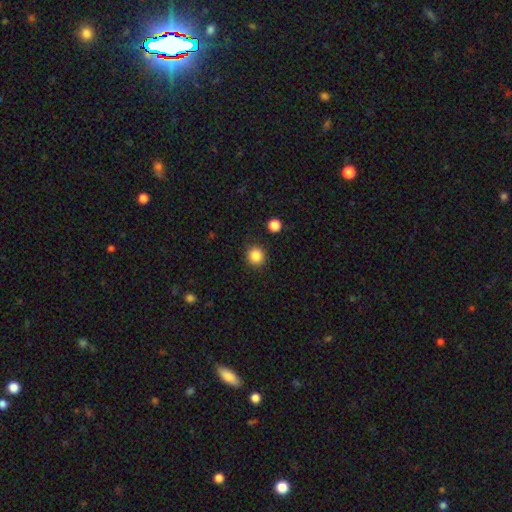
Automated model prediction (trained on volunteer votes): A smooth galaxy with no disk features (86%) that is round (91%).

Vote fractions:
- Smooth or featured? smooth: 86% / star or artifact: 10% / featured or disk: 4%
- How rounded? round: 91% / in between: 8% / cigar-shaped: 1%
- Merging? none: 90% / minor disturbance: 6% / major disturbance: 2% / merger: 2%